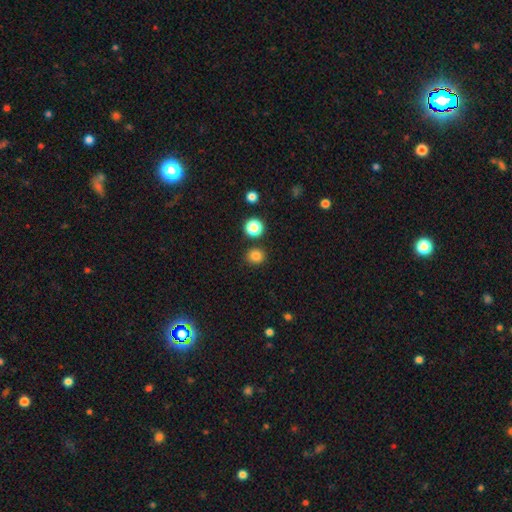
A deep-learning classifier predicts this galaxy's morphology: smooth_or_featured: smooth (p=0.82) [alt: star or artifact p=0.13]
how_rounded: round (p=0.87) [alt: in between p=0.12]
merging: none (p=0.88) [alt: minor disturbance p=0.06]